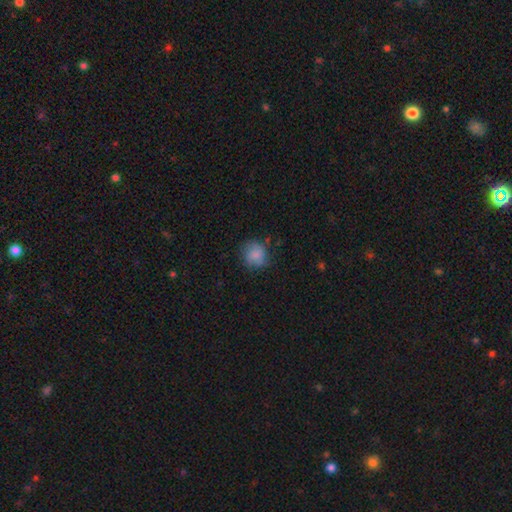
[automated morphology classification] This is clearly a smooth galaxy (81%). How rounded: clearly round (84%). Merging: likely none (71%).